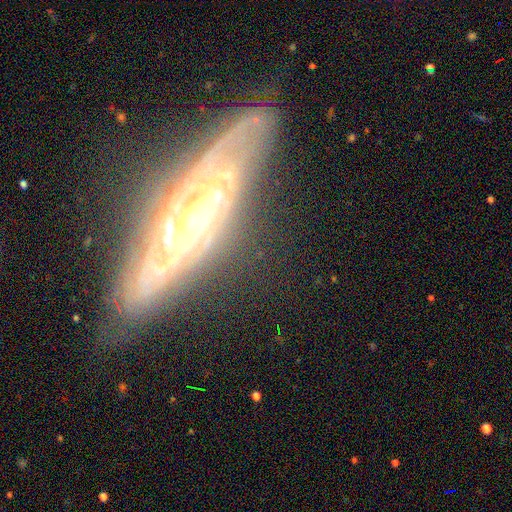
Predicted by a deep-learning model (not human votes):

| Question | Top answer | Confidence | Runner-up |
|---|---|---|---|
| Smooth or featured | featured or disk | 85% | star or artifact (8%) |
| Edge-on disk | no | 63% | yes (37%) |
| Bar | no | 52% | weak (29%) |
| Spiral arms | yes | 93% | no (7%) |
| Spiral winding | tight | 66% | medium (27%) |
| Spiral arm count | can't tell | 35% | 2 (27%) |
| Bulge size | moderate | 49% | small (40%) |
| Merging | none | 78% | minor disturbance (15%) |